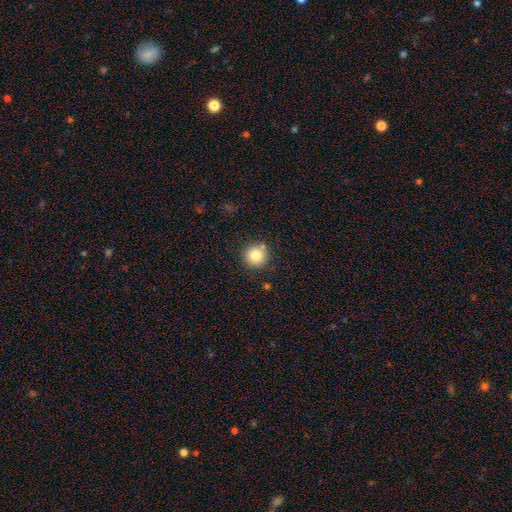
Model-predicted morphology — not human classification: A smooth galaxy with no disk features (82%) that is round (95%).

Vote fractions:
- Smooth or featured? smooth: 82% / star or artifact: 10% / featured or disk: 8%
- How rounded? round: 95% / in between: 4% / cigar-shaped: 1%
- Merging? none: 84% / minor disturbance: 8% / merger: 5% / major disturbance: 2%